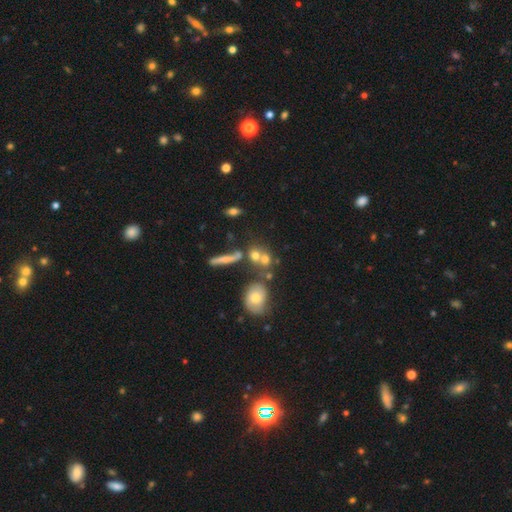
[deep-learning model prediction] Overall: smooth (65%). How rounded: round (61%; in between 33%). Merging: merger (42%; none 40%).